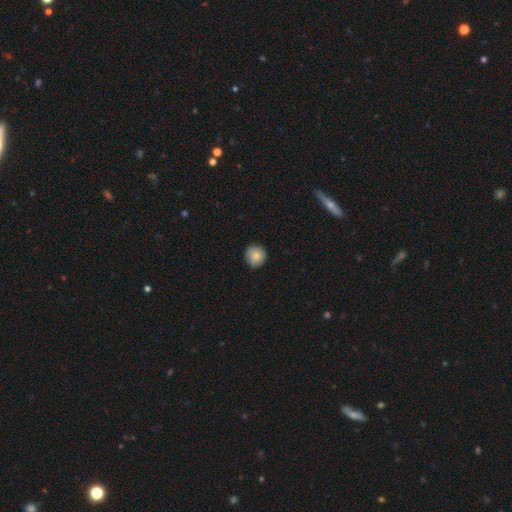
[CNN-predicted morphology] type=smooth (81%); roundness=round (92%); merging=none (84%).